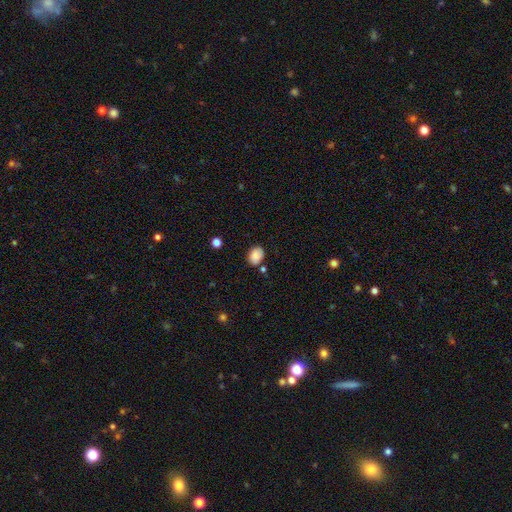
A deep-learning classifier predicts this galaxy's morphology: smooth_or_featured: smooth (p=0.85) [alt: star or artifact p=0.09]
how_rounded: in between (p=0.65) [alt: round p=0.34]
merging: none (p=0.71) [alt: minor disturbance p=0.19]